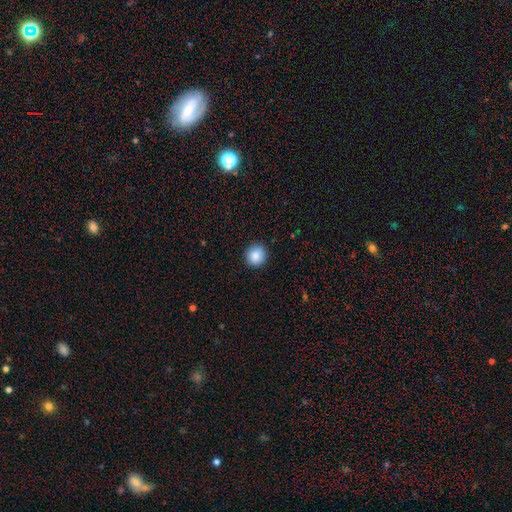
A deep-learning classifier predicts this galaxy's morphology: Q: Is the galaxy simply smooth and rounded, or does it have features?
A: smooth — 87%.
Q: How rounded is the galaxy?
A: round — 90%.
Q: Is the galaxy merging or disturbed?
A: none — 90%.